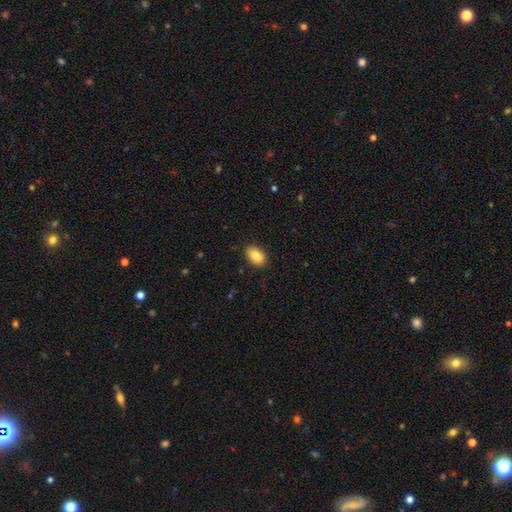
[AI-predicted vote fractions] This appears to be a smooth galaxy with no disk features (85%) that is in between round and cigar-shaped (88%). Merging: none (88%).